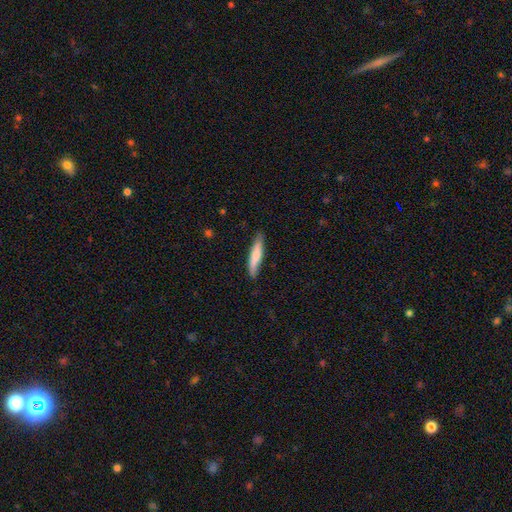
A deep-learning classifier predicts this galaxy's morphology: Smooth or featured? Predicted: smooth (p=0.72). How rounded? Predicted: cigar-shaped (p=0.88). Merging? Predicted: none (p=0.82).